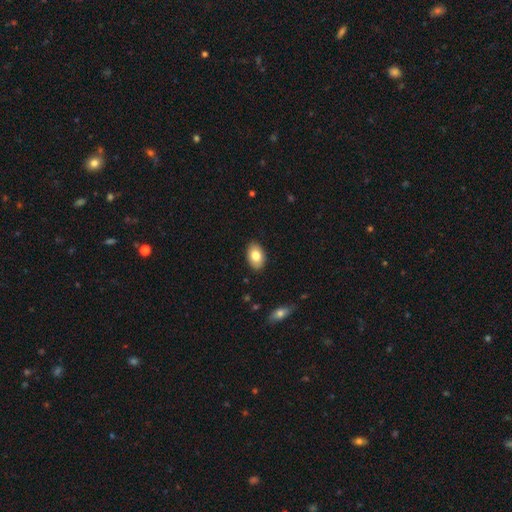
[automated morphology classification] A smooth galaxy with no disk features (81%) that is in between round and cigar-shaped (90%). Merging: none (88%).